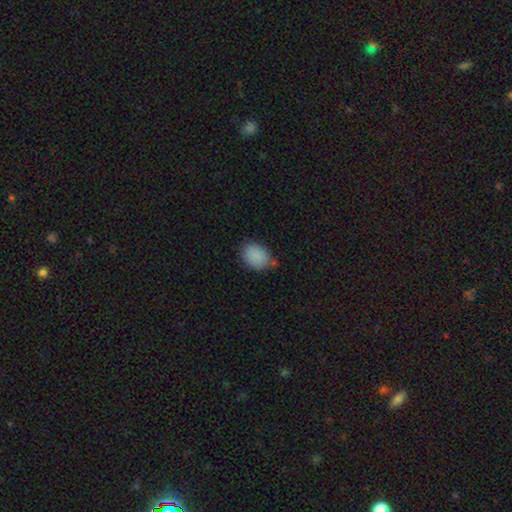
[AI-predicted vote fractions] smooth_or_featured: smooth (p=0.88) [alt: star or artifact p=0.08]
how_rounded: in between (p=0.66) [alt: round p=0.33]
merging: none (p=0.73) [alt: minor disturbance p=0.19]